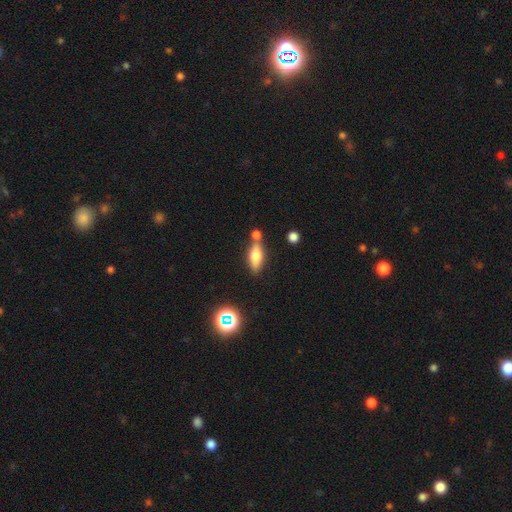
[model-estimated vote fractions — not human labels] Smooth or featured? Predicted: smooth (p=0.61). How rounded? Predicted: in between (p=0.61). Merging? Predicted: none (p=0.61).